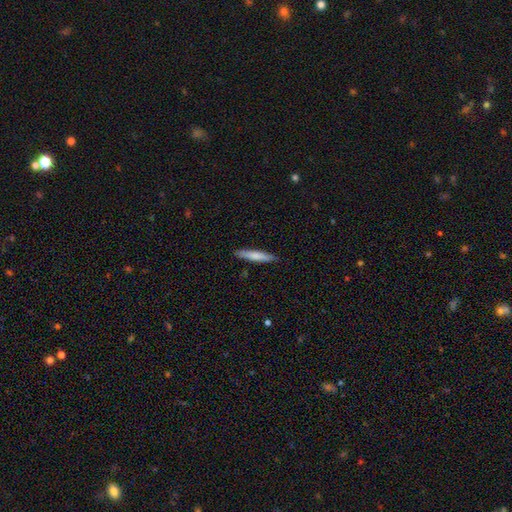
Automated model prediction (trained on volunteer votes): smooth-or-featured: smooth: 73% | featured or disk: 22% | star or artifact: 5%
  how-rounded: cigar-shaped: 90% | in between: 9% | round: 1%
  merging: none: 88% | minor disturbance: 9% | major disturbance: 2% | merger: 1%